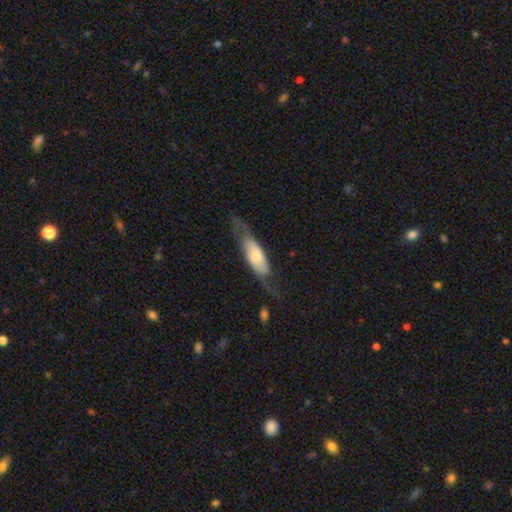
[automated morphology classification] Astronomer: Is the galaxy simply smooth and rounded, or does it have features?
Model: featured or disk — 48% (runner-up: smooth, 47%).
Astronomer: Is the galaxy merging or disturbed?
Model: none — 49% (runner-up: minor disturbance, 25%).